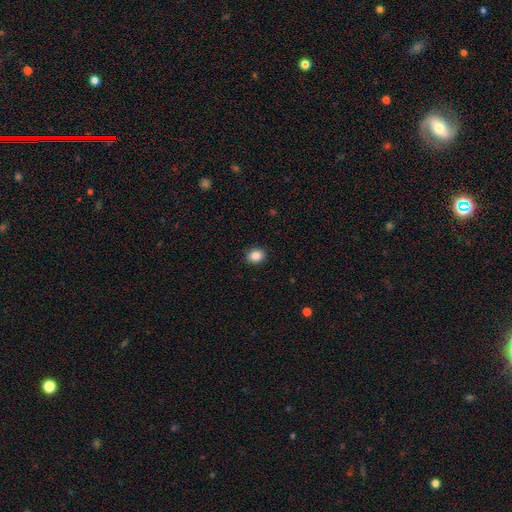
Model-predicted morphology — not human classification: Overall: smooth (88%). How rounded: in between (50%; round 49%). Merging: none (89%).